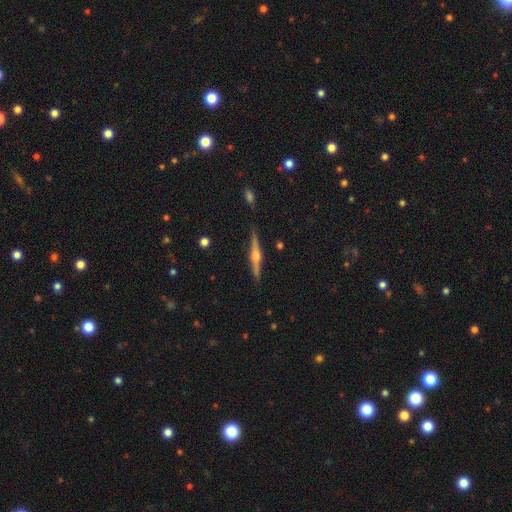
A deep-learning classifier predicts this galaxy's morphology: type=featured or disk (80%); edge-on=yes (98%); edge-on bulge=rounded (89%); merging=none (89%).